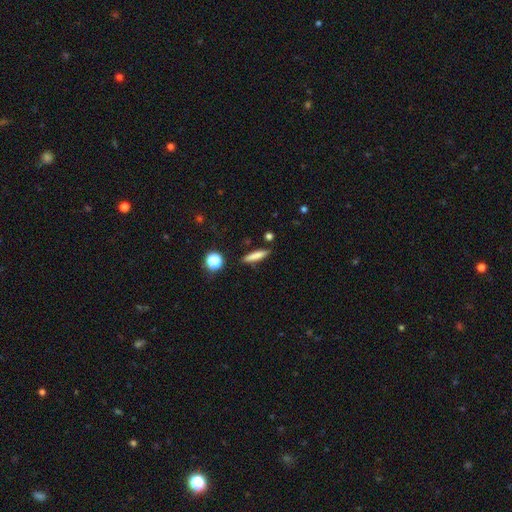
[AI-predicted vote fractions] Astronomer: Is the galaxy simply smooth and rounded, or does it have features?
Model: smooth — 77%.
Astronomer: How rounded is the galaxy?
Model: cigar-shaped — 85%.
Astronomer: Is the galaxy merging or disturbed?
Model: none — 86%.